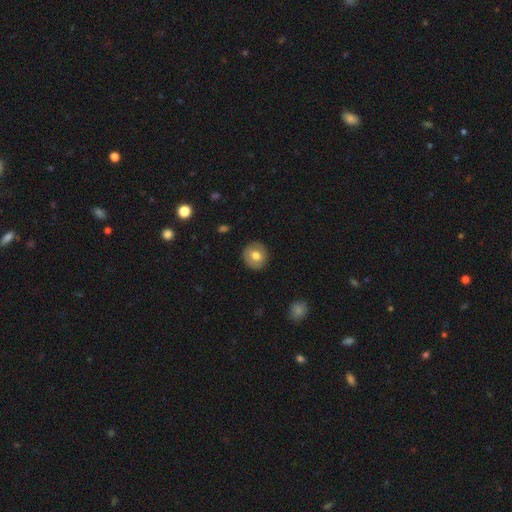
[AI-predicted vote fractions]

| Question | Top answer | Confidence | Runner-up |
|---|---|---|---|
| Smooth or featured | smooth | 73% | featured or disk (20%) |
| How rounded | round | 91% | in between (8%) |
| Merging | none | 91% | minor disturbance (7%) |